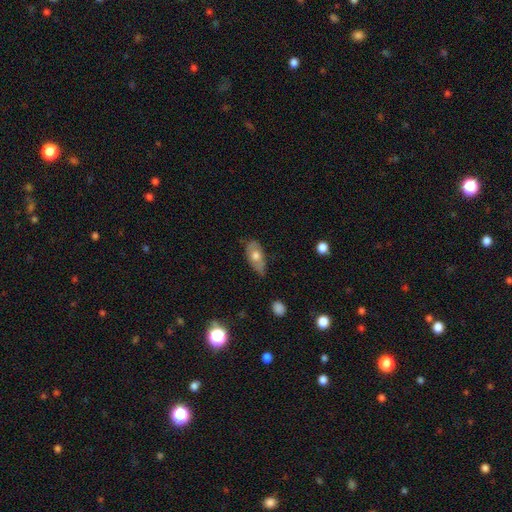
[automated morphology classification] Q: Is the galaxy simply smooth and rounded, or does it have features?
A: smooth — 61%.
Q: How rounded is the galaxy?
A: in between — 87%.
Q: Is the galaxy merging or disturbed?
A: none — 54%.